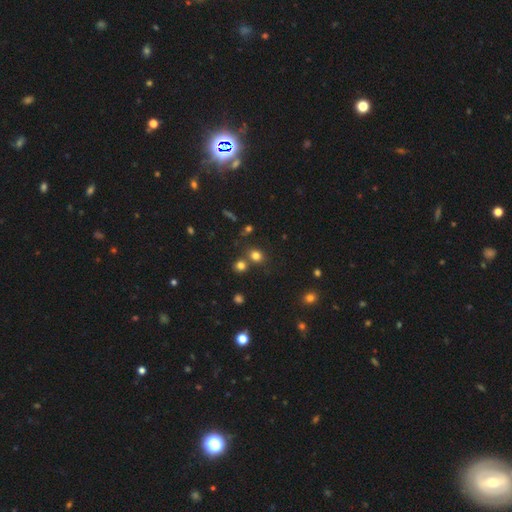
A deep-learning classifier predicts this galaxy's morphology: type=smooth (76%); roundness=round (75%); merging=none (67%).